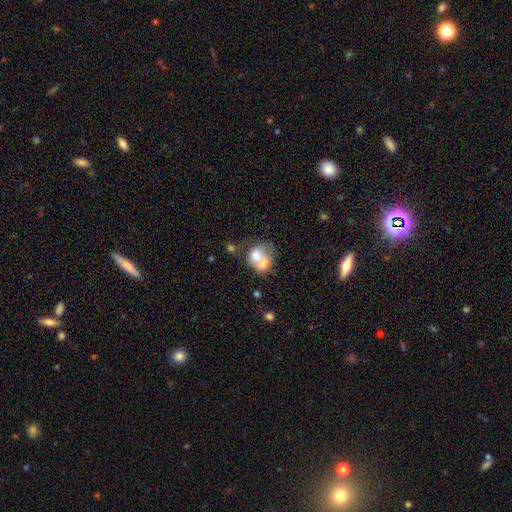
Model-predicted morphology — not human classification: Smooth or featured? Predicted: smooth (p=0.61). How rounded? Predicted: round (p=0.62). Merging? Predicted: merger (p=0.73).